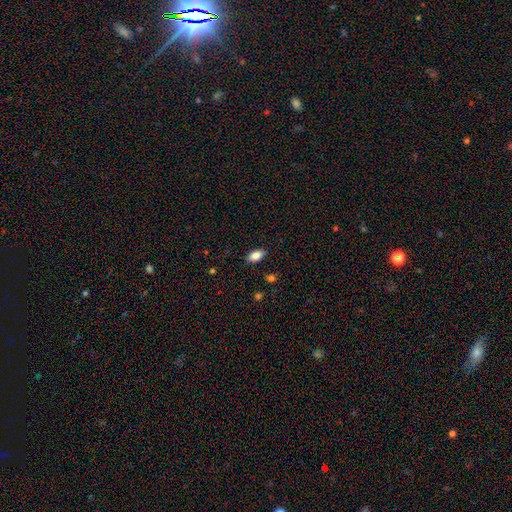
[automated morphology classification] This appears to be a smooth galaxy with no disk features (83%) that is in between round and cigar-shaped (91%). Merging: none (87%).